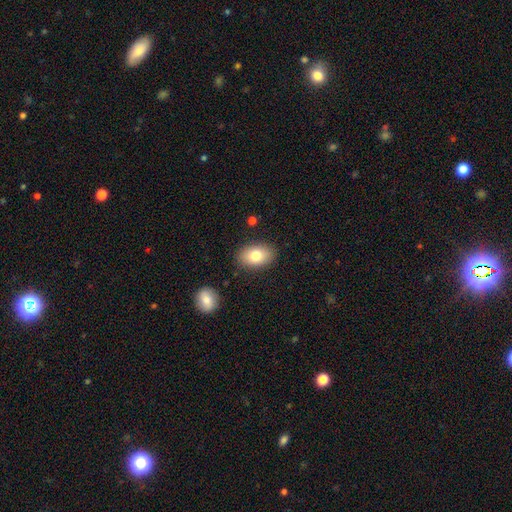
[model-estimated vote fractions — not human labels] smooth 79%, featured or disk 14%, star or artifact 8%. Down the decision tree: how rounded — in between (87%); merging — none (86%).